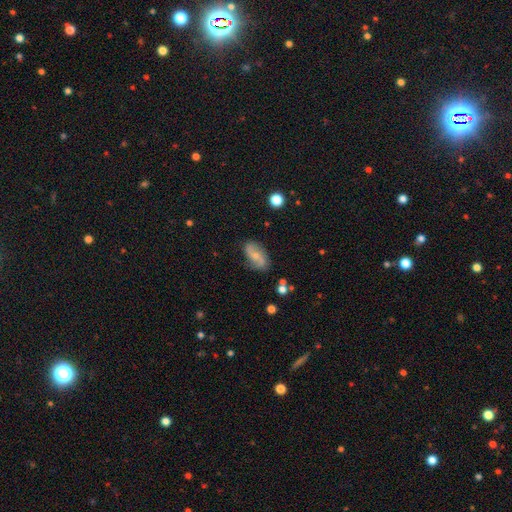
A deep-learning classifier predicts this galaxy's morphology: Smooth or featured? featured or disk (56%)
Edge-on disk? no (94%)
Bar? no (58%)
Spiral arms? yes (86%)
Bulge size? small (58%)
Merging? none (74%)